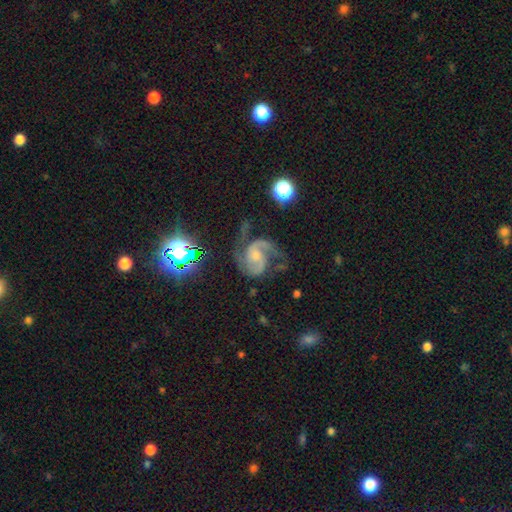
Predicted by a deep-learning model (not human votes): smooth-or-featured: featured or disk: 88% | star or artifact: 7% | smooth: 5%
  disk-edge-on: no: 98% | yes: 2%
    bar: no: 59% | weak: 32% | strong: 8%
    has-spiral-arms: yes: 98% | no: 2%
      spiral-winding: medium: 58% | loose: 23% | tight: 19%
      spiral-arm-count: 2: 85% | 3: 5% | can't tell: 3% | 1: 3% | 4: 1% | more than 4: 1%
    bulge-size: small: 55% | moderate: 35% | none: 6% | large: 3% | dominant: 1%
  merging: none: 57% | minor disturbance: 20% | major disturbance: 20% | merger: 3%